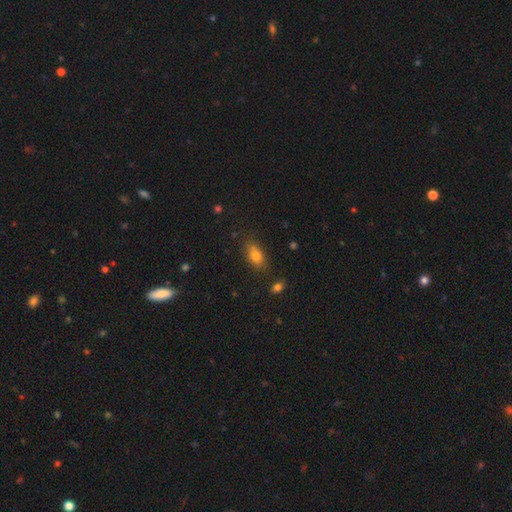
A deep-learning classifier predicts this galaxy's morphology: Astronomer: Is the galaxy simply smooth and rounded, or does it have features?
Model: smooth — 78%.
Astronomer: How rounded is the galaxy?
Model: in between — 81%.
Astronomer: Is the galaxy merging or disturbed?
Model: none — 74%.